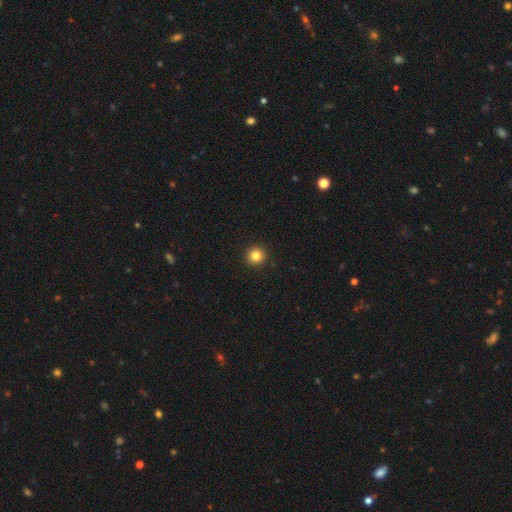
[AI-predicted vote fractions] A smooth galaxy with no disk features (83%) that is round (96%).

Vote fractions:
- Smooth or featured? smooth: 83% / star or artifact: 11% / featured or disk: 5%
- How rounded? round: 96% / in between: 3% / cigar-shaped: 1%
- Merging? none: 94% / minor disturbance: 4% / major disturbance: 1% / merger: 1%